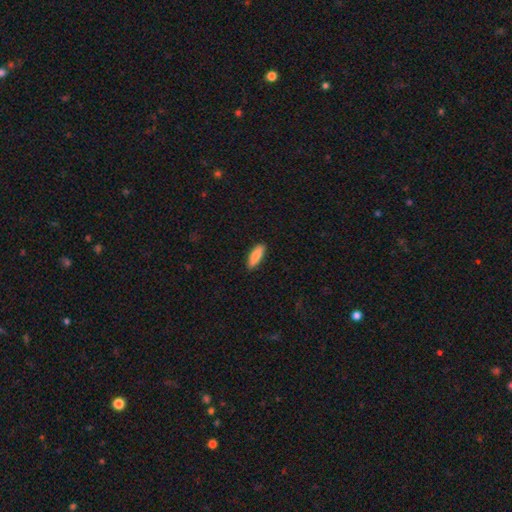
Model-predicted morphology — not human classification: Smooth or featured?
  - smooth: 86% *
  - featured or disk: 8%
  - star or artifact: 6%
How rounded?
  - in between: 54% *
  - cigar-shaped: 44%
  - round: 2%
Merging?
  - none: 89% *
  - minor disturbance: 9%
  - major disturbance: 2%
  - merger: 1%